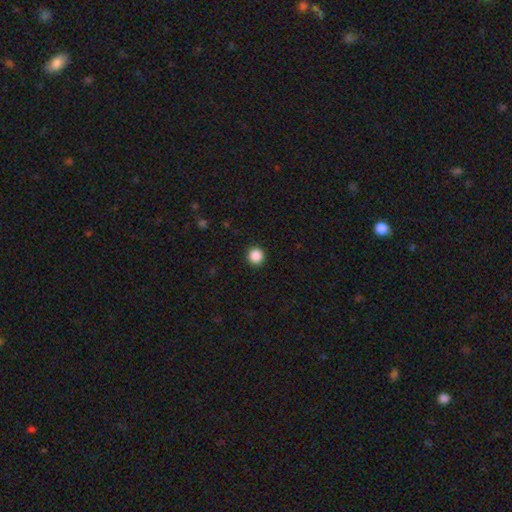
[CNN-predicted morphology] type=smooth (88%); roundness=round (95%); merging=none (92%).